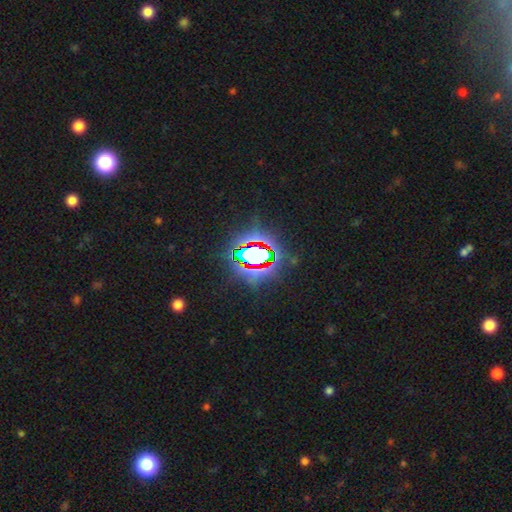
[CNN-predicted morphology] This is likely a star or artifact rather than a galaxy (73%).